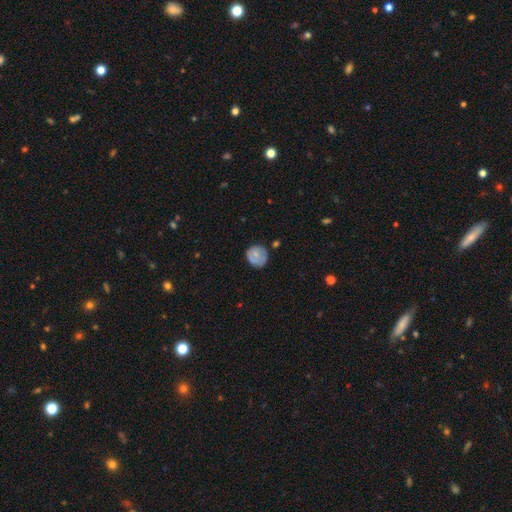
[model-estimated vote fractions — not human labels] Smooth or featured? smooth (69%)
How rounded? round (87%)
Merging? none (70%)